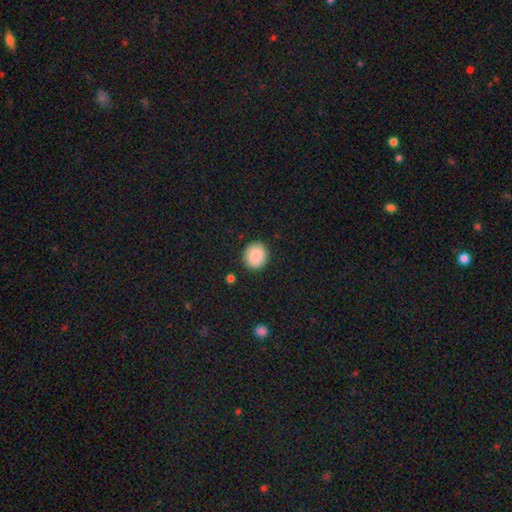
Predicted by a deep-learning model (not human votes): Q: Smooth or featured?
A: smooth (87%); runner-up: star or artifact (7%)
Q: How rounded?
A: round (83%); runner-up: in between (16%)
Q: Merging?
A: none (88%); runner-up: minor disturbance (8%)